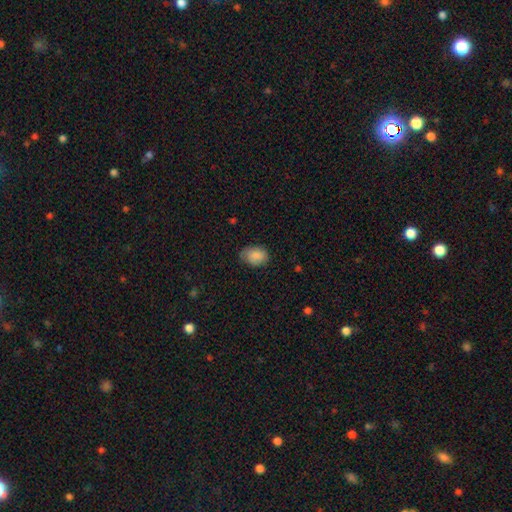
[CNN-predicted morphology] Overall: smooth (86%). How rounded: in between (78%). Merging: none (68%).